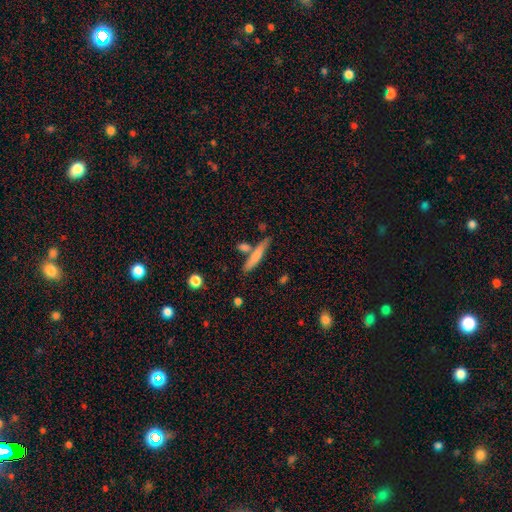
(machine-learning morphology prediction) This appears to be a smooth galaxy with no disk features (71%) that is cigar-shaped (89%). Merging: none (70%).